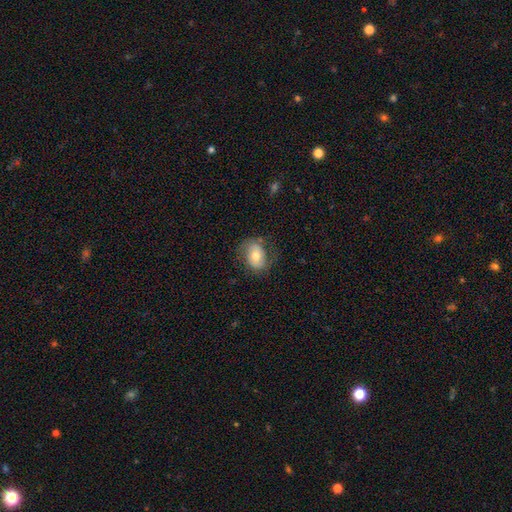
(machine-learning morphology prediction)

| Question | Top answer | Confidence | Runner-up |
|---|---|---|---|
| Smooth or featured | smooth | 61% | featured or disk (32%) |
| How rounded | in between | 74% | round (24%) |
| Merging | none | 69% | minor disturbance (21%) |